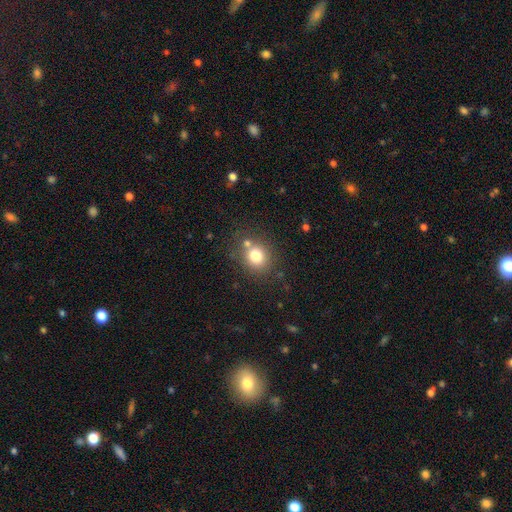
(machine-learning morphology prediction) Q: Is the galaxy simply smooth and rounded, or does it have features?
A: smooth — 78%.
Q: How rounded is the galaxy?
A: round — 76%.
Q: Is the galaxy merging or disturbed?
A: none — 70%.